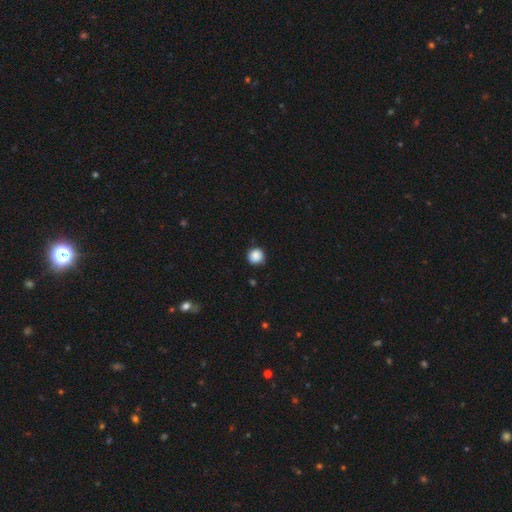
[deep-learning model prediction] This appears to be a smooth galaxy with no disk features (87%) that is round (94%). Merging: none (87%).